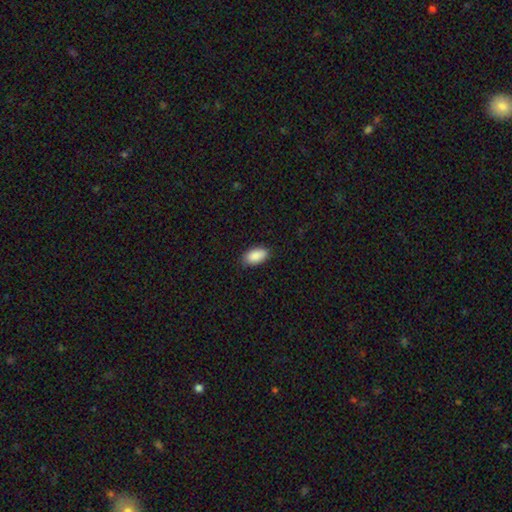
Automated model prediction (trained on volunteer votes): This appears to be a smooth galaxy with no disk features (90%) that is in between round and cigar-shaped (94%). Merging: none (87%).